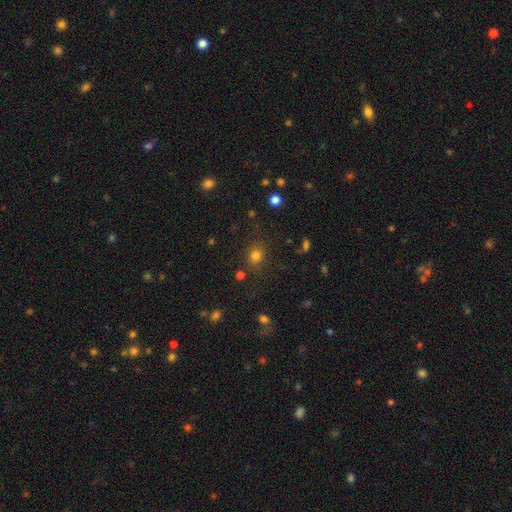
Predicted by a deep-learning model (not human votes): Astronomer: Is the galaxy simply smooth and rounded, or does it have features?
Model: smooth — 78%.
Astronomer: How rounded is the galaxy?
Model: round — 74%.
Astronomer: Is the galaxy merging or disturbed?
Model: none — 83%.